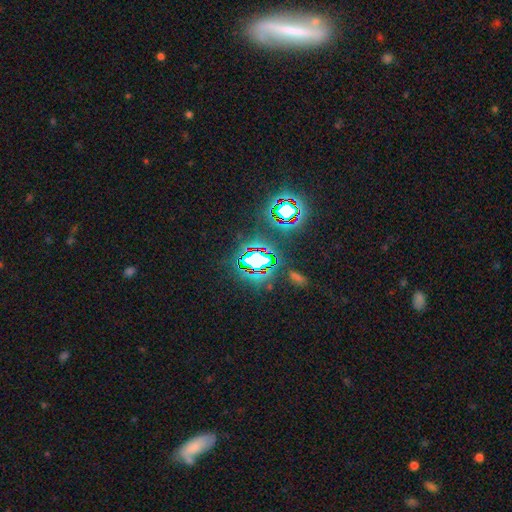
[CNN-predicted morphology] This appears to be a star or artifact, not a galaxy (78%).